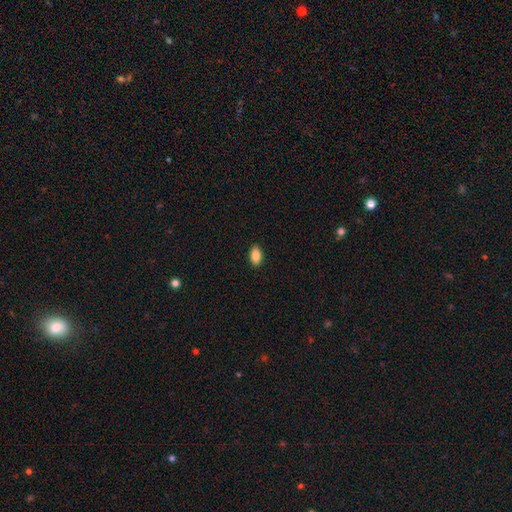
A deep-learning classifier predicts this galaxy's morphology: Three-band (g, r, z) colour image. It shows a smooth galaxy with no disk features (86%) that is in between round and cigar-shaped (91%). Merging: none (90%).